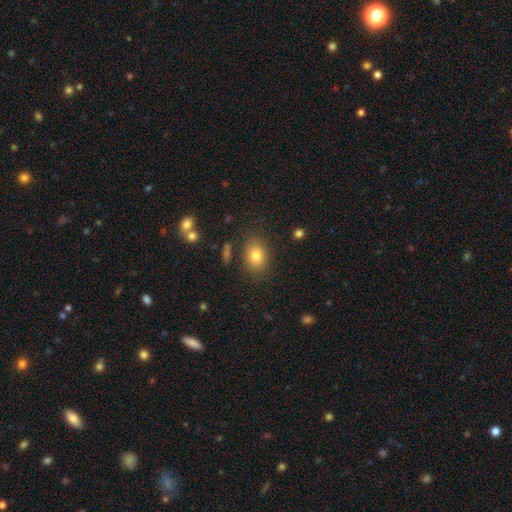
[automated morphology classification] A smooth galaxy with no disk features (80%) that is in between round and cigar-shaped (72%).

Vote fractions:
- Smooth or featured? smooth: 80% / star or artifact: 11% / featured or disk: 10%
- How rounded? in between: 72% / round: 27% / cigar-shaped: 1%
- Merging? none: 82% / minor disturbance: 12% / major disturbance: 4% / merger: 3%